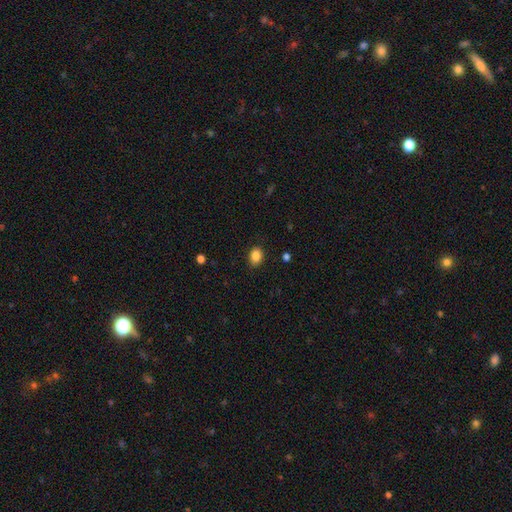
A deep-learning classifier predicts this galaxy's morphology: smooth_or_featured: smooth (p=0.87) [alt: star or artifact p=0.09]
how_rounded: in between (p=0.66) [alt: round p=0.33]
merging: none (p=0.87) [alt: minor disturbance p=0.10]